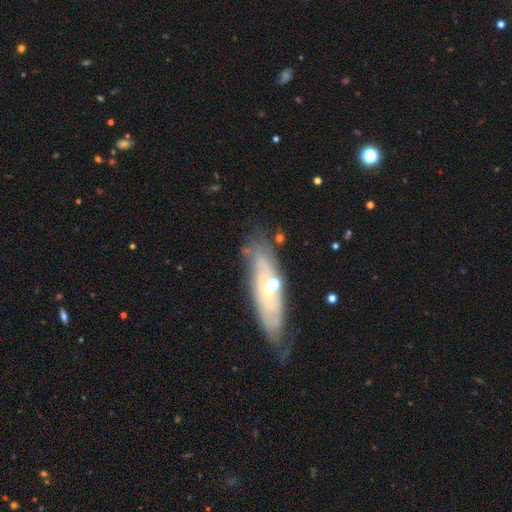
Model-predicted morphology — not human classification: Smooth or featured?
  - featured or disk: 65% *
  - smooth: 25%
  - star or artifact: 10%
Edge-on disk?
  - no: 70% *
  - yes: 30%
Merging?
  - none: 71% *
  - minor disturbance: 18%
  - major disturbance: 6%
  - merger: 5%